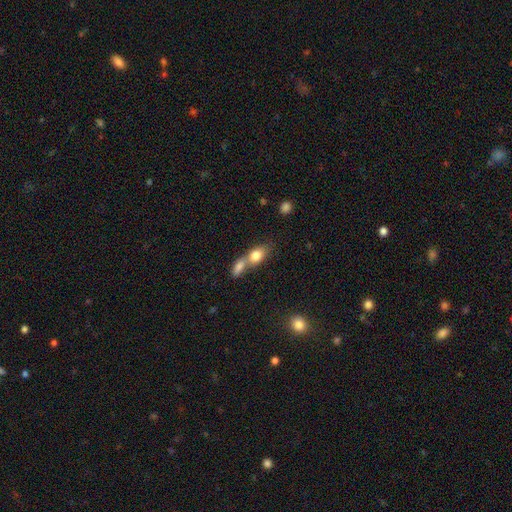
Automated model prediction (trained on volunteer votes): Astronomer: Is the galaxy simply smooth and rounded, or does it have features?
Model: smooth — 79%.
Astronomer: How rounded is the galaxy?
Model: in between — 74%.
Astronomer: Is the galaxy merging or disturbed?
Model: merger — 66%.